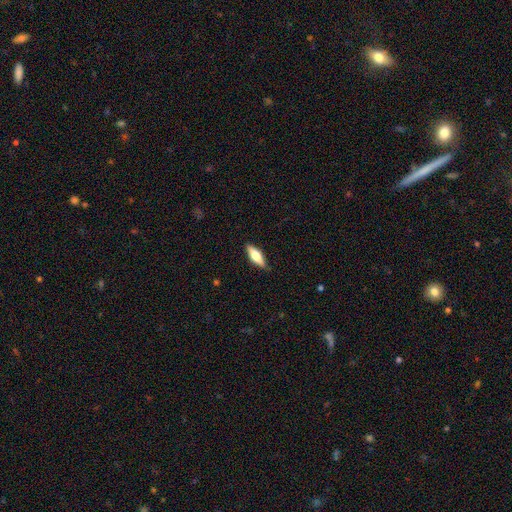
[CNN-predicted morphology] A smooth galaxy with no disk features (55%) that is in between round and cigar-shaped (56%). Merging: none (87%).